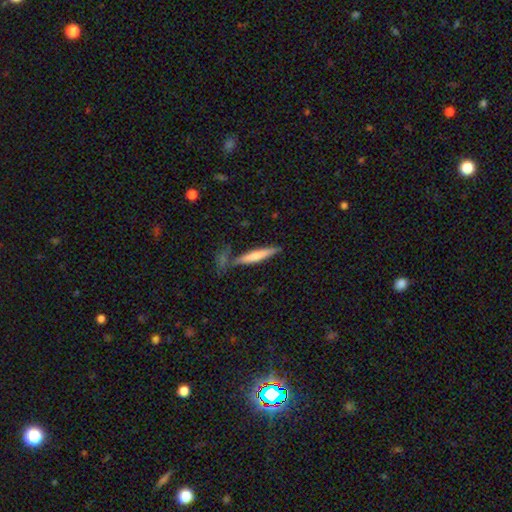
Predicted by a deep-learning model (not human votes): Morphology: type=smooth (65%); roundness=cigar-shaped (92%); merging=none (71%).